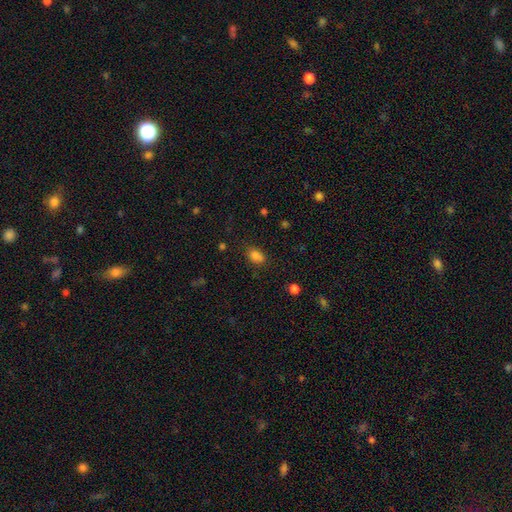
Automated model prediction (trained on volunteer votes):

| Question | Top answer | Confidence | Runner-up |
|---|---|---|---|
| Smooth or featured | smooth | 79% | star or artifact (14%) |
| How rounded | in between | 73% | round (25%) |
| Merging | none | 62% | minor disturbance (19%) |